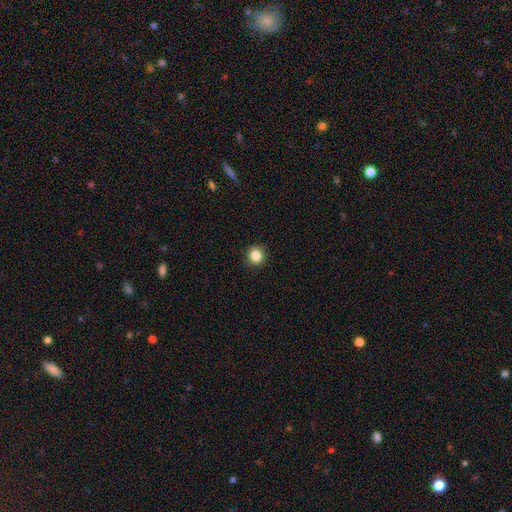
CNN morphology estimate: A smooth galaxy with no disk features (85%) that is round (91%). Merging: none (91%).